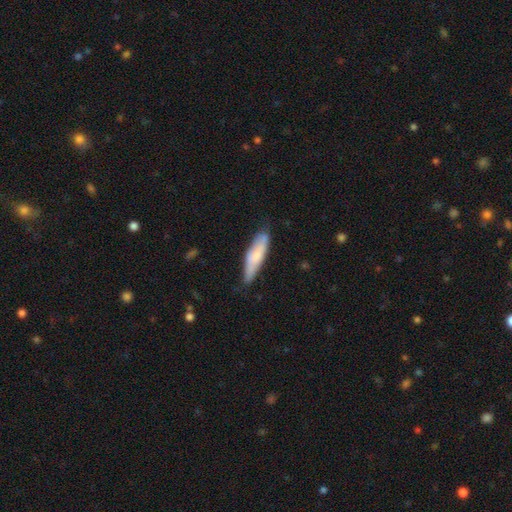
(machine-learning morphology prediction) A smooth galaxy with no disk features (69%) that is cigar-shaped (65%).

Vote fractions:
- Smooth or featured? smooth: 69% / featured or disk: 25% / star or artifact: 6%
- How rounded? cigar-shaped: 65% / in between: 34% / round: 1%
- Merging? none: 69% / minor disturbance: 25% / major disturbance: 4% / merger: 2%